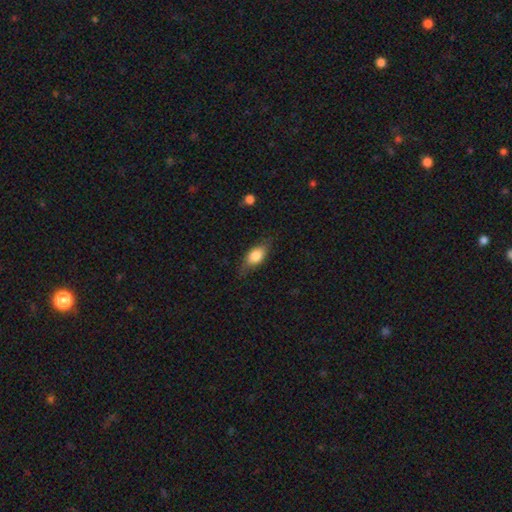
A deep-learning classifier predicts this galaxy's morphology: Smooth or featured?
  - smooth: 73% *
  - featured or disk: 20%
  - star or artifact: 7%
How rounded?
  - in between: 80% *
  - cigar-shaped: 12%
  - round: 8%
Merging?
  - none: 72% *
  - minor disturbance: 21%
  - major disturbance: 6%
  - merger: 1%